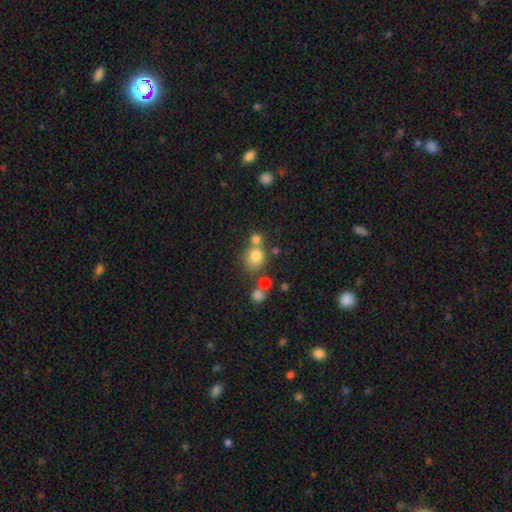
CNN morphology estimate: Smooth or featured: smooth — 77% (star or artifact — 14%)
How rounded: round — 77% (in between — 22%)
Merging: none — 54% (merger — 31%)